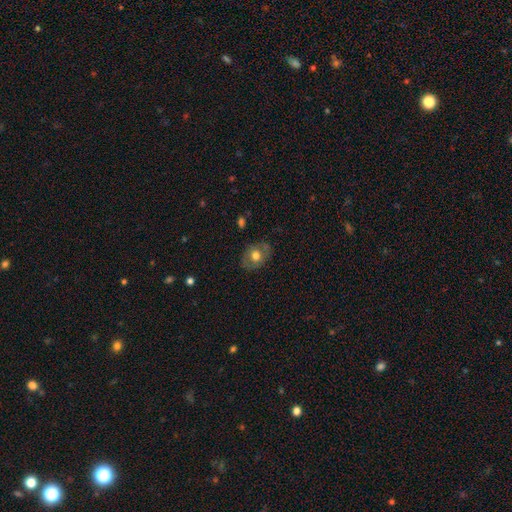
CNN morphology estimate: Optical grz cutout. It shows a smooth galaxy with no disk features (60%) that is in between round and cigar-shaped (60%). Merging: none (78%).